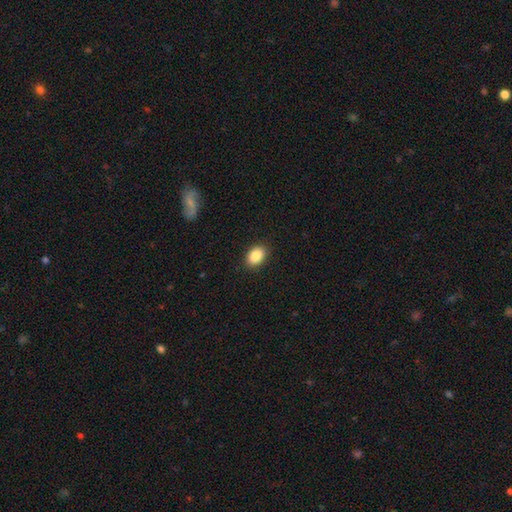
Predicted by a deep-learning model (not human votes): smooth 88%, star or artifact 8%, featured or disk 4%. Down the decision tree: how rounded — in between (82%); merging — none (89%).